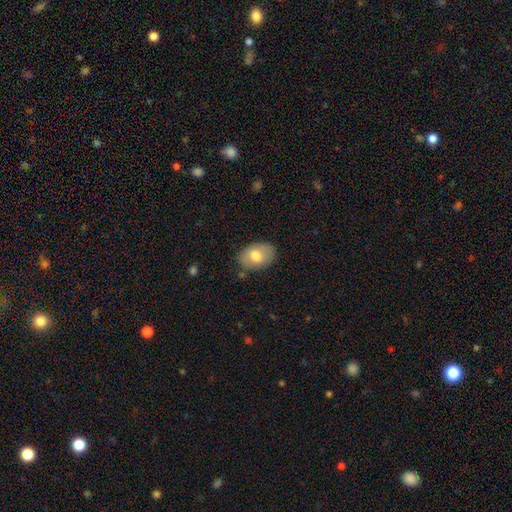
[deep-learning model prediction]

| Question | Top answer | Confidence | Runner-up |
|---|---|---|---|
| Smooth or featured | smooth | 73% | featured or disk (21%) |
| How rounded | in between | 87% | round (12%) |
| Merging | none | 79% | minor disturbance (15%) |